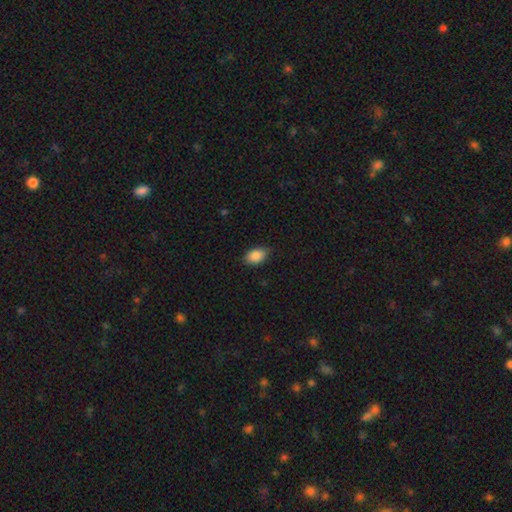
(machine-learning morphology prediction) Smooth or featured? Predicted: smooth (p=0.87). How rounded? Predicted: in between (p=0.87). Merging? Predicted: none (p=0.82).